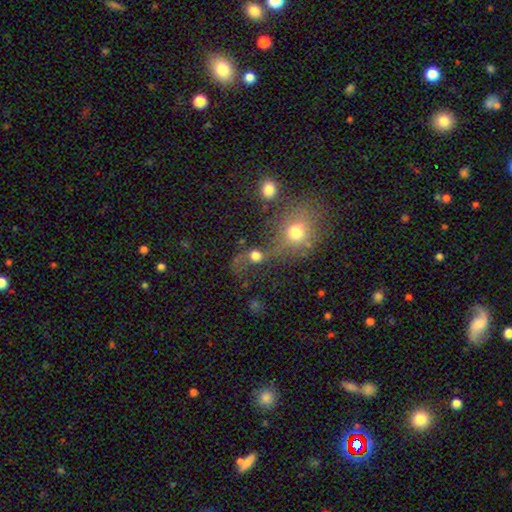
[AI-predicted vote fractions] Smooth or featured: smooth — 58% (featured or disk — 23%)
How rounded: round — 75% (in between — 23%)
Merging: merger — 40% (none — 33%)